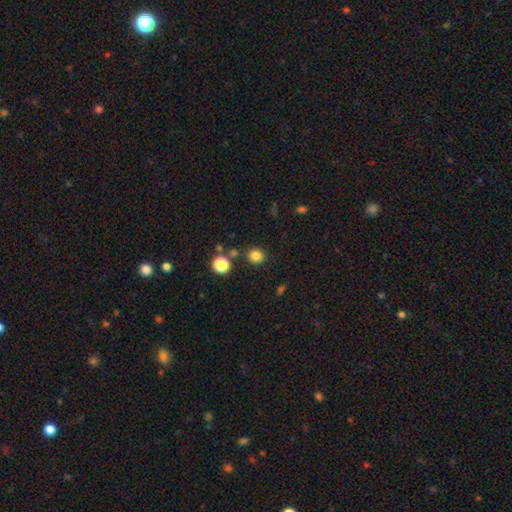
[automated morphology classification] A smooth galaxy with no disk features (81%) that is round (86%). Merging: none (86%).